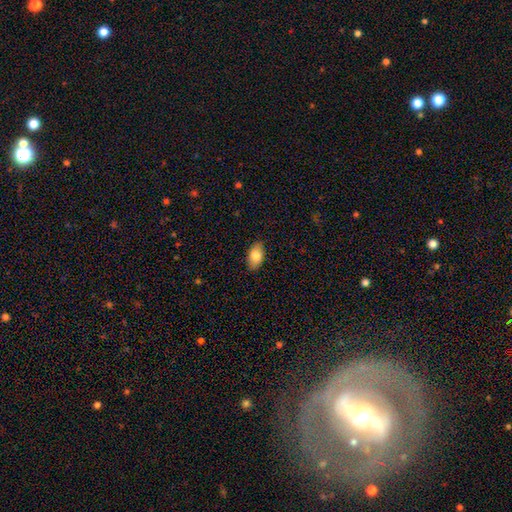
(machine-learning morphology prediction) Smooth or featured? Predicted: smooth (p=0.82). How rounded? Predicted: in between (p=0.93). Merging? Predicted: none (p=0.87).